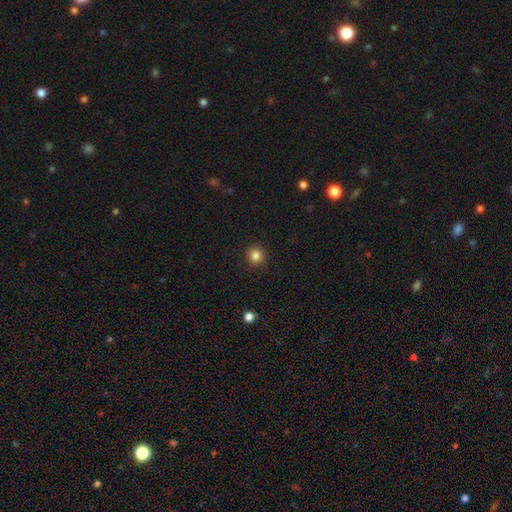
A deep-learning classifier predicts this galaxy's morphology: A smooth galaxy with no disk features (84%) that is round (94%).

Vote fractions:
- Smooth or featured? smooth: 84% / star or artifact: 11% / featured or disk: 4%
- How rounded? round: 94% / in between: 5% / cigar-shaped: 1%
- Merging? none: 91% / minor disturbance: 6% / major disturbance: 2% / merger: 1%